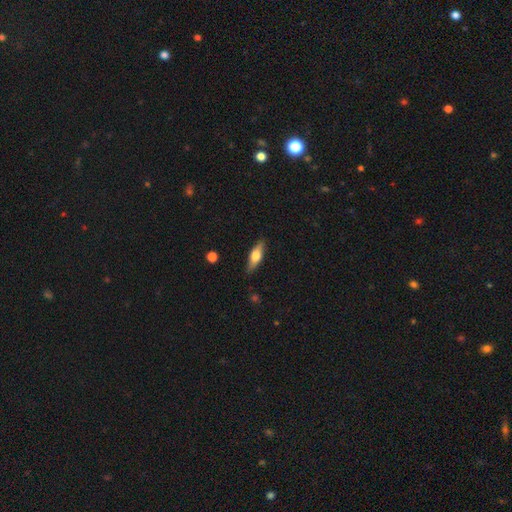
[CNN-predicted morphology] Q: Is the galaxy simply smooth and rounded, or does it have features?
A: smooth — 47%.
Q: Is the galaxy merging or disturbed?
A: none — 86%.